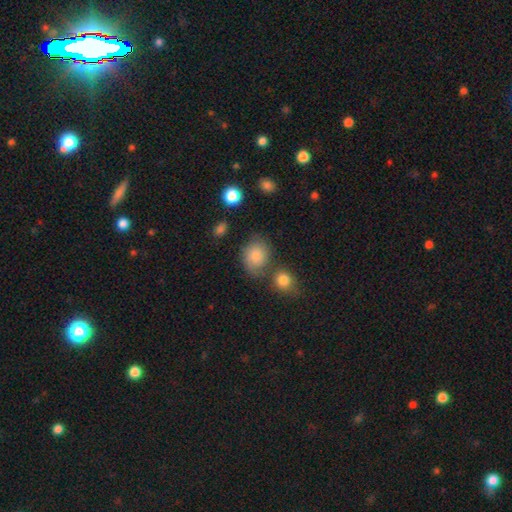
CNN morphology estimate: The model was most divided on "how rounded": round: 60%, in between: 39%, cigar-shaped: 1%. More confident: smooth or featured — smooth (77%); merging — none (58%).